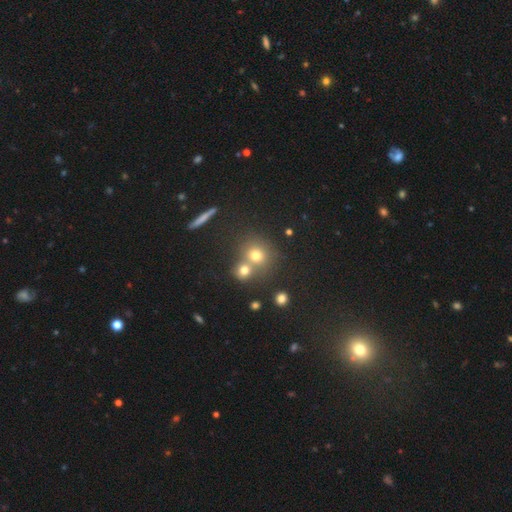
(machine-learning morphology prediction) type=smooth (70%); roundness=round (83%); merging=none (49%).